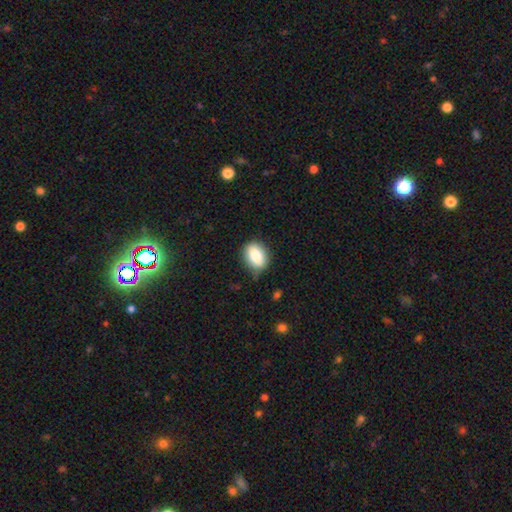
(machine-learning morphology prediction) The model was most divided on "how rounded": in between: 76%, round: 22%, cigar-shaped: 2%. More confident: smooth or featured — smooth (83%); merging — none (79%).